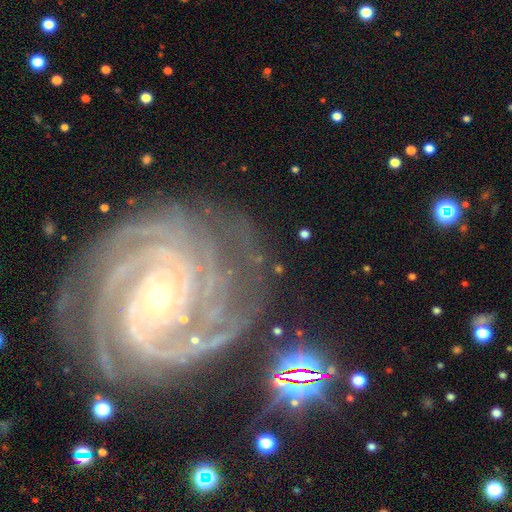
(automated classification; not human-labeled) featured or disk 91%, star or artifact 6%, smooth 3%. Down the decision tree: edge-on disk — no (98%); bar — no (63%); spiral arms — yes (99%); spiral arm count — 4 (24%); spiral winding — tight (82%); bulge size — small (69%); merging — none (74%).